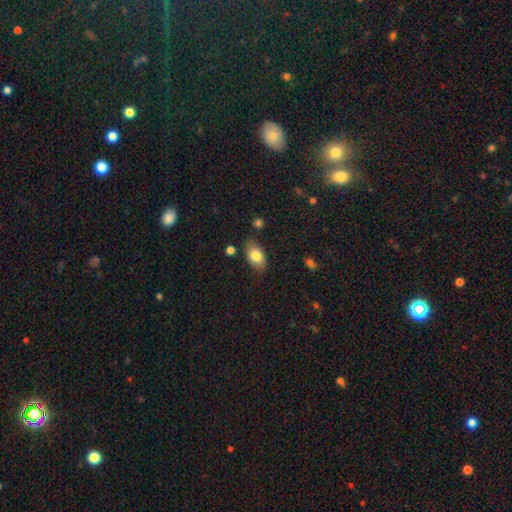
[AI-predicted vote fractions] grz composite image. It shows a smooth galaxy with no disk features (81%) that is in between round and cigar-shaped (91%). Merging: none (80%).